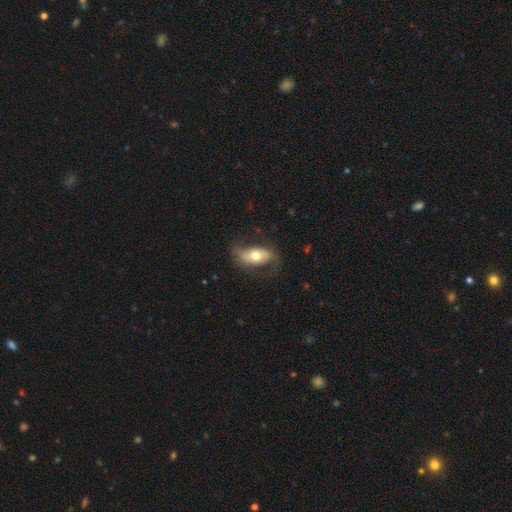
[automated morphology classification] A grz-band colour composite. It shows a featured or disk galaxy (56%). Merging: none (68%).